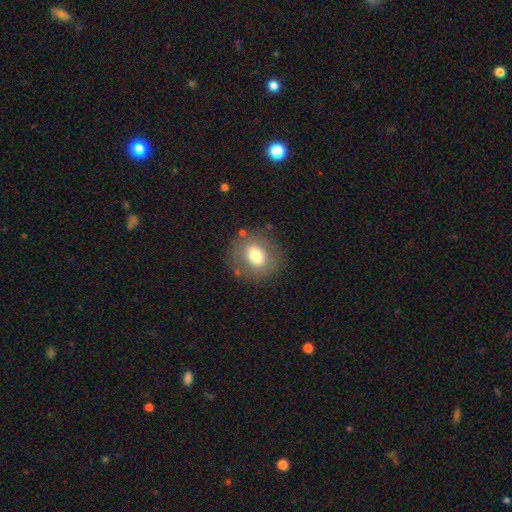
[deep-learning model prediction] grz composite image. It shows a smooth galaxy with no disk features (69%) that is round (68%). Merging: none (81%).